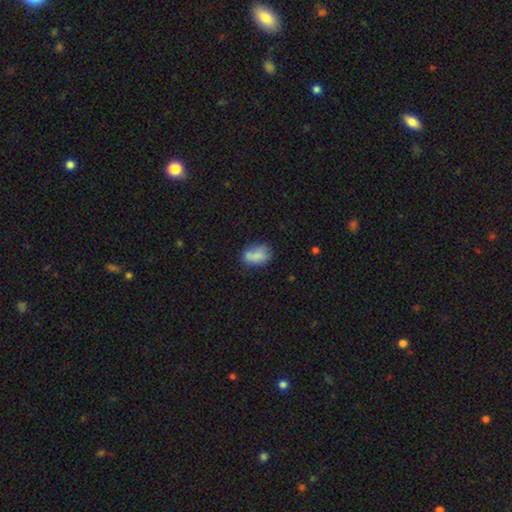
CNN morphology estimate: A smooth galaxy with no disk features (77%) that is in between round and cigar-shaped (84%).

Vote fractions:
- Smooth or featured? smooth: 77% / featured or disk: 14% / star or artifact: 9%
- How rounded? in between: 84% / round: 13% / cigar-shaped: 2%
- Merging? none: 53% / minor disturbance: 30% / major disturbance: 11% / merger: 7%